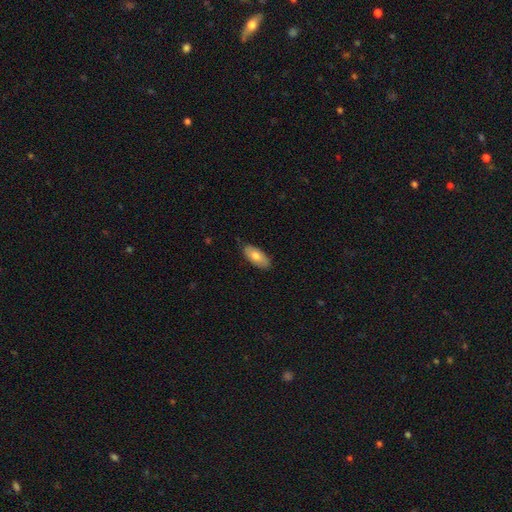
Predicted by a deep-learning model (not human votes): A smooth galaxy with no disk features (77%) that is in between round and cigar-shaped (87%).

Vote fractions:
- Smooth or featured? smooth: 77% / featured or disk: 17% / star or artifact: 6%
- How rounded? in between: 87% / cigar-shaped: 11% / round: 2%
- Merging? none: 83% / minor disturbance: 14% / major disturbance: 2% / merger: 1%